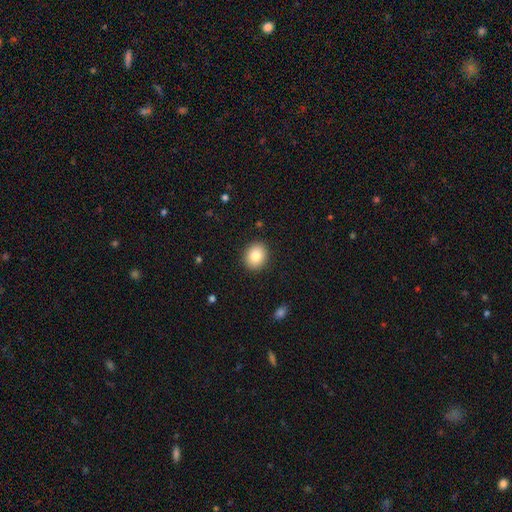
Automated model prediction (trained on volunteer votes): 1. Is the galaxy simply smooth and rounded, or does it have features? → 82% smooth, 10% featured or disk, 9% star or artifact.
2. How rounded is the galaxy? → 64% round, 35% in between, 1% cigar-shaped.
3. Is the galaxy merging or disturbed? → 91% none, 7% minor disturbance, 2% major disturbance, 1% merger.